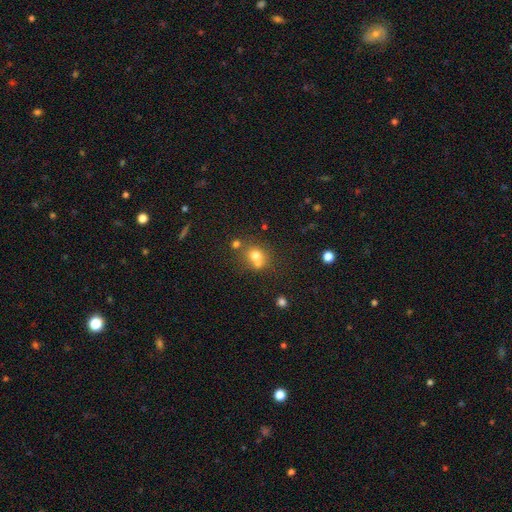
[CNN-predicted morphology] Smooth or featured?
  - smooth: 70% *
  - star or artifact: 15%
  - featured or disk: 15%
How rounded?
  - round: 74% *
  - in between: 25%
  - cigar-shaped: 1%
Merging?
  - none: 46% *
  - merger: 38%
  - minor disturbance: 12%
  - major disturbance: 5%